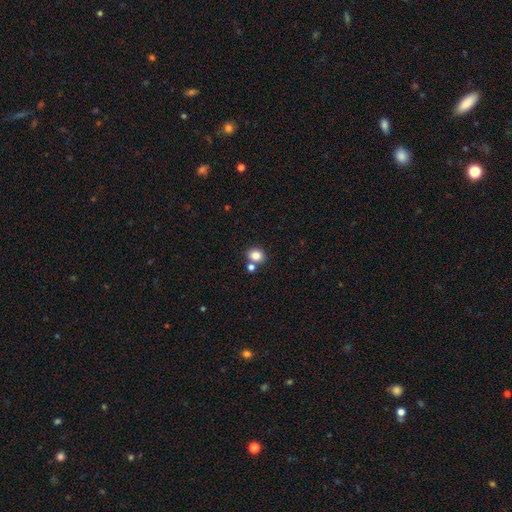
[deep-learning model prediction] Q: Smooth or featured?
A: smooth (83%); runner-up: star or artifact (11%)
Q: How rounded?
A: round (56%); runner-up: in between (43%)
Q: Merging?
A: none (65%); runner-up: merger (22%)